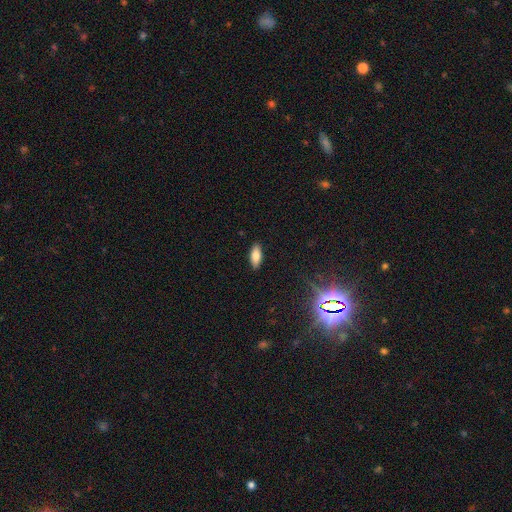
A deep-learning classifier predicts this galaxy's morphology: type=smooth (79%); roundness=in between (78%); merging=none (89%).